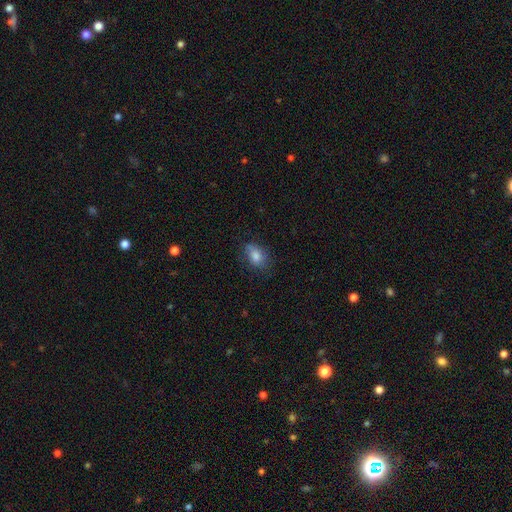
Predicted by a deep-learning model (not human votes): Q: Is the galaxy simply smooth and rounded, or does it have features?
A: smooth — 80%.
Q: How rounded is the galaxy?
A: in between — 81%.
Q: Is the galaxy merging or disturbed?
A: none — 73%.